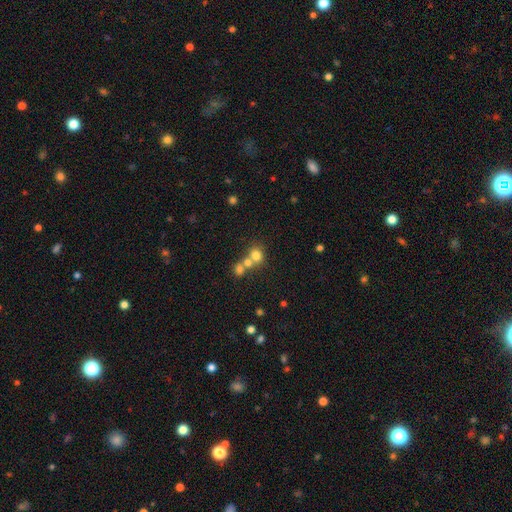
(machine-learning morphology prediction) type=smooth (72%); roundness=round (78%); merging=merger (50%).